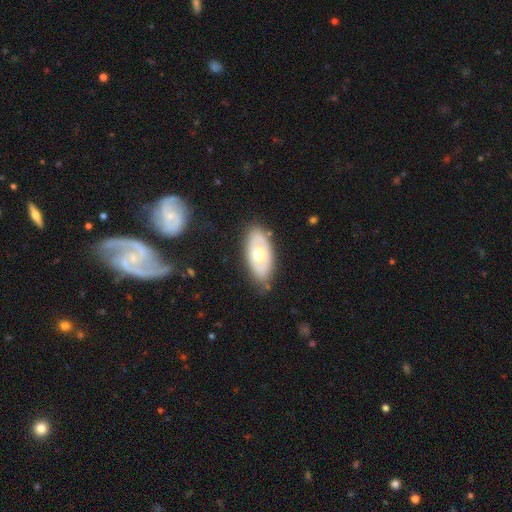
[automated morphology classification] A featured or disk galaxy (51%).

Vote fractions:
- Smooth or featured? featured or disk: 51% / smooth: 44% / star or artifact: 5%
- Edge-on disk? no: 84% / yes: 16%
- Merging? none: 78% / minor disturbance: 15% / major disturbance: 4% / merger: 2%